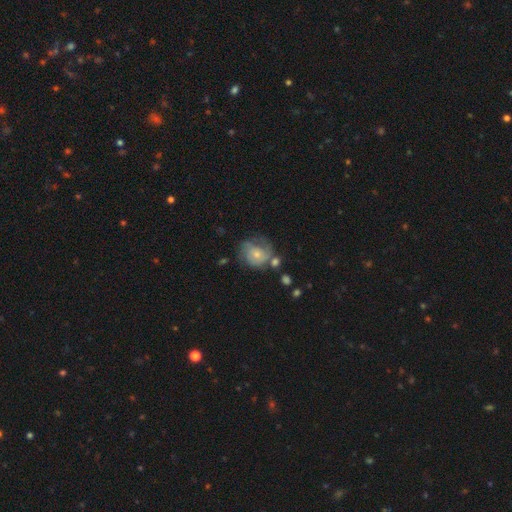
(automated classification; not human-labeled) This appears to be a featured or disk galaxy (40%). Merging: none (71%).